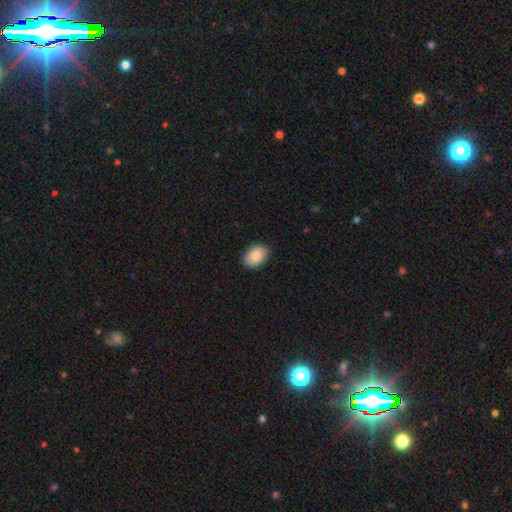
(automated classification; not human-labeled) The model was most divided on "how rounded": in between: 77%, round: 22%, cigar-shaped: 1%. More confident: merging — none (89%); smooth or featured — smooth (85%).